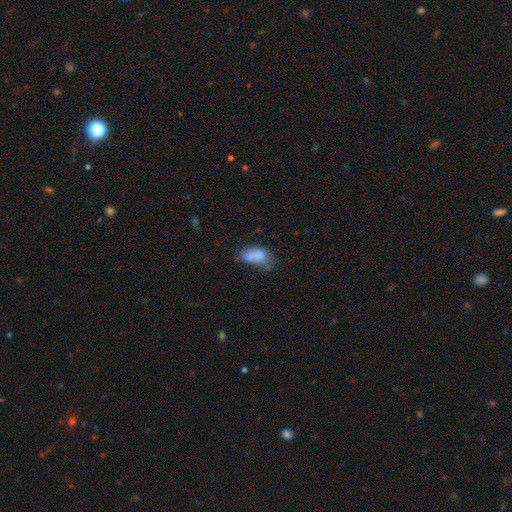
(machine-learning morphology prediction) A smooth galaxy with no disk features (77%) that is in between round and cigar-shaped (89%). Merging: none (37%).